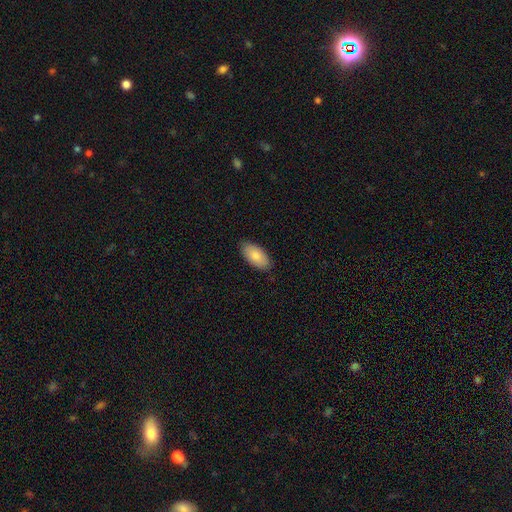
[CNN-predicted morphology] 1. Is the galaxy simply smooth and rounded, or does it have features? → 83% smooth, 11% featured or disk, 6% star or artifact.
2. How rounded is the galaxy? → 94% in between, 4% cigar-shaped, 2% round.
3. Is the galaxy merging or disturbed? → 86% none, 11% minor disturbance, 2% major disturbance, 1% merger.